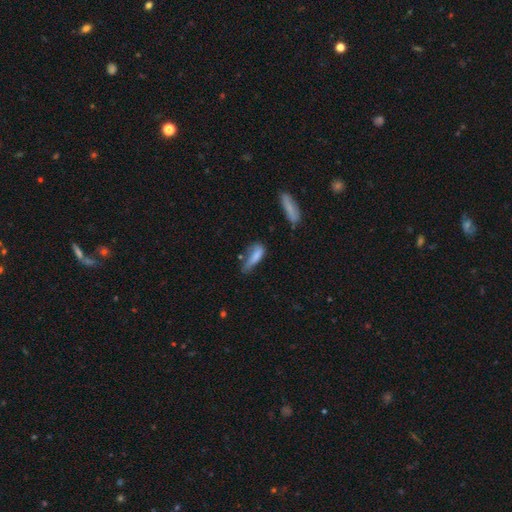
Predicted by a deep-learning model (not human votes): A smooth galaxy with no disk features (73%) that is cigar-shaped (50%).

Vote fractions:
- Smooth or featured? smooth: 73% / featured or disk: 18% / star or artifact: 9%
- How rounded? cigar-shaped: 50% / in between: 48% / round: 2%
- Merging? minor disturbance: 36% / none: 30% / major disturbance: 25% / merger: 9%